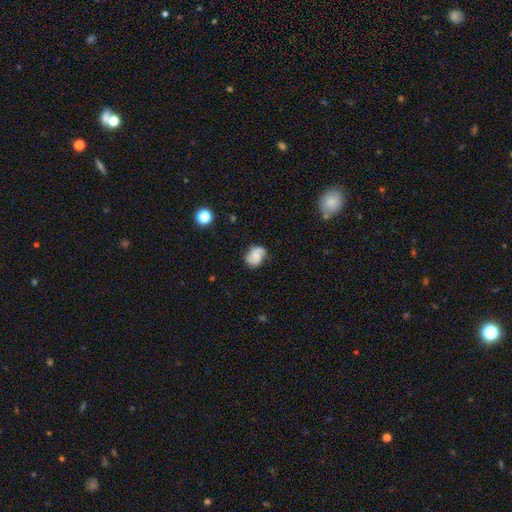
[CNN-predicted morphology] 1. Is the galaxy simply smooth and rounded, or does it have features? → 57% smooth, 33% featured or disk, 10% star or artifact.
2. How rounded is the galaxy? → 63% in between, 36% round, 1% cigar-shaped.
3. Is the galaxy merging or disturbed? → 68% none, 24% minor disturbance, 6% major disturbance, 2% merger.